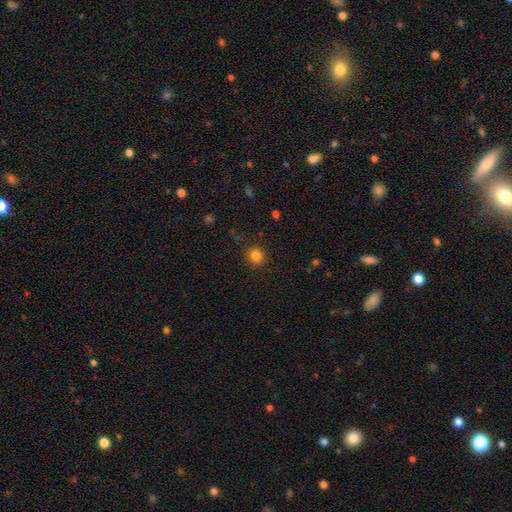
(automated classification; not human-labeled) This is clearly a smooth galaxy (82%). How rounded: clearly round (89%). Merging: clearly none (88%).